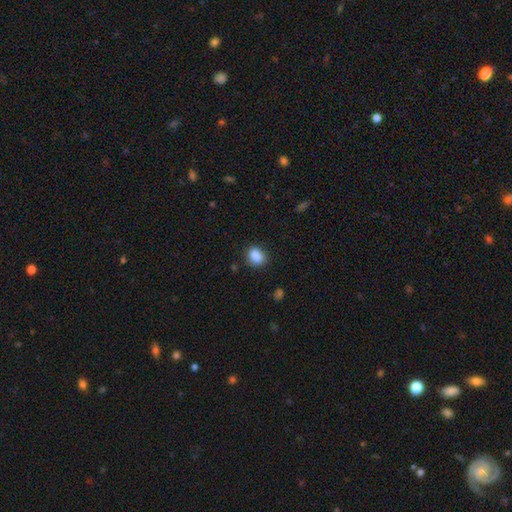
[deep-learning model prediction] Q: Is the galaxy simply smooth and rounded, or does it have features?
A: smooth — 87%.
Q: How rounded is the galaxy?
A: in between — 60%.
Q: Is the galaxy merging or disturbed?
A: none — 83%.